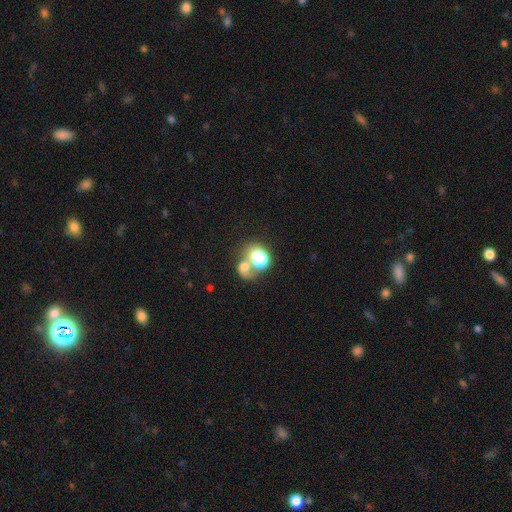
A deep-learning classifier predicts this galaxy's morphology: Smooth or featured?
  - smooth: 65% *
  - featured or disk: 22%
  - star or artifact: 13%
How rounded?
  - in between: 52% *
  - round: 47%
  - cigar-shaped: 1%
Merging?
  - merger: 63% *
  - none: 20%
  - major disturbance: 10%
  - minor disturbance: 8%